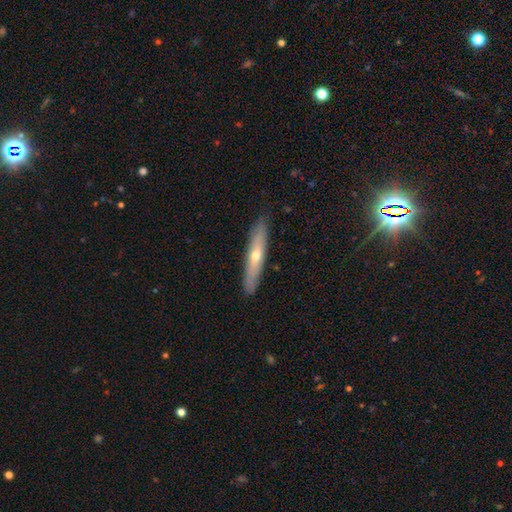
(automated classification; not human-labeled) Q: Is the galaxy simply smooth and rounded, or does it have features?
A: featured or disk — 48%.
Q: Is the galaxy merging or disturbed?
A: none — 88%.